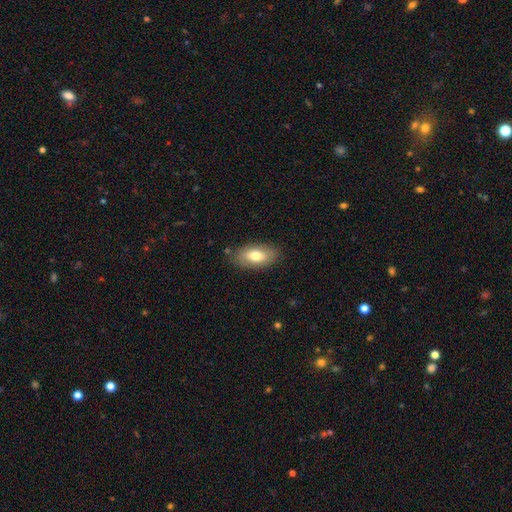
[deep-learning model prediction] This appears to be a smooth galaxy with no disk features (74%) that is in between round and cigar-shaped (91%). Merging: none (83%).